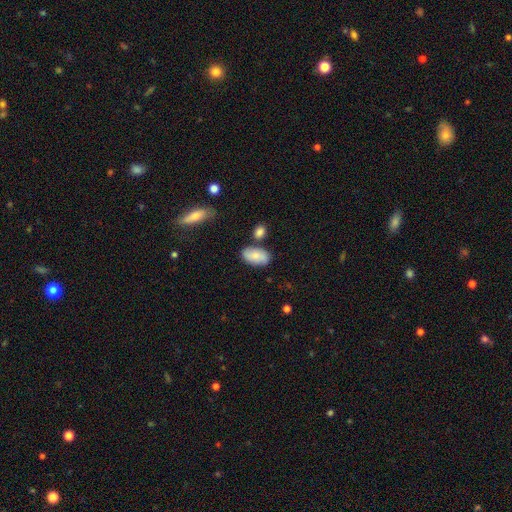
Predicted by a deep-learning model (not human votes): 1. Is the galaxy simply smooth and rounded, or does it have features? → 69% smooth, 24% featured or disk, 7% star or artifact.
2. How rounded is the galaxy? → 92% in between, 5% round, 2% cigar-shaped.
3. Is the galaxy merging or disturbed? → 72% none, 16% minor disturbance, 9% merger, 4% major disturbance.